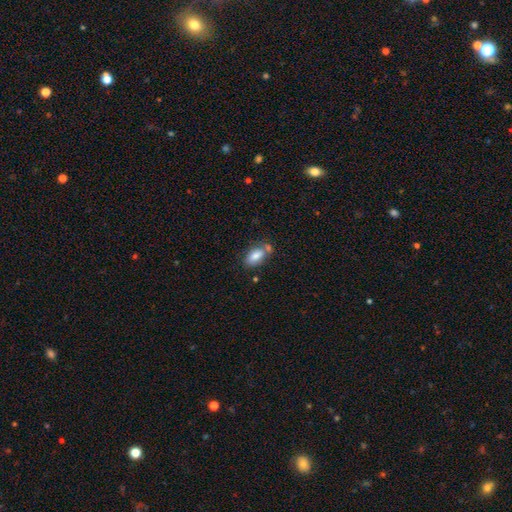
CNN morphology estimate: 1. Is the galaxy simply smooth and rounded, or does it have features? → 80% smooth, 13% featured or disk, 7% star or artifact.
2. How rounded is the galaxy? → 91% in between, 5% cigar-shaped, 5% round.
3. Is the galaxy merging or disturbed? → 56% none, 21% merger, 19% minor disturbance, 5% major disturbance.